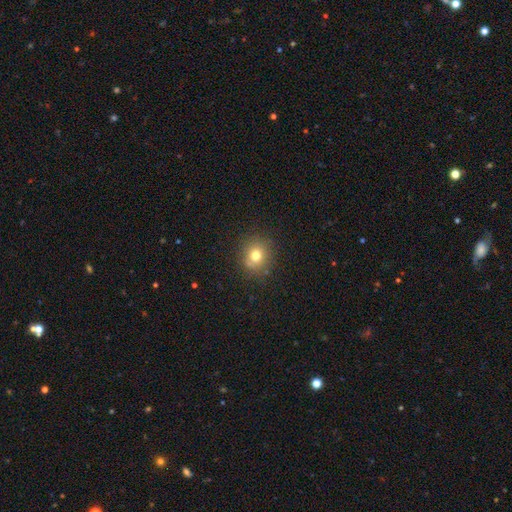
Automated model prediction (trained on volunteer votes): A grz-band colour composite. It shows a smooth galaxy with no disk features (73%) that is round (85%). Merging: none (83%).